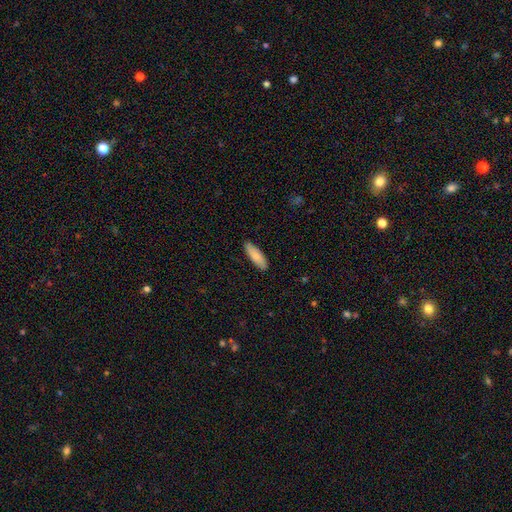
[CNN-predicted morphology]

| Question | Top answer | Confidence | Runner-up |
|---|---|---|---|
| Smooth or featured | smooth | 80% | featured or disk (14%) |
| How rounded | in between | 53% | cigar-shaped (45%) |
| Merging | none | 89% | minor disturbance (9%) |